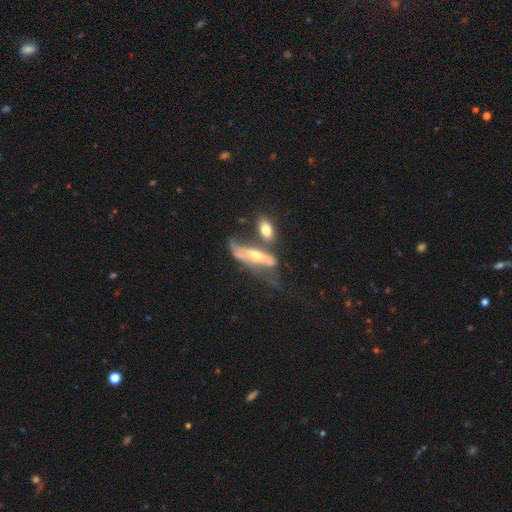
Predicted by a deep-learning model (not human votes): A featured or disk galaxy (63%).

Vote fractions:
- Smooth or featured? featured or disk: 63% / smooth: 29% / star or artifact: 7%
- Edge-on disk? no: 60% / yes: 40%
- Merging? major disturbance: 30% / merger: 29% / none: 23% / minor disturbance: 17%